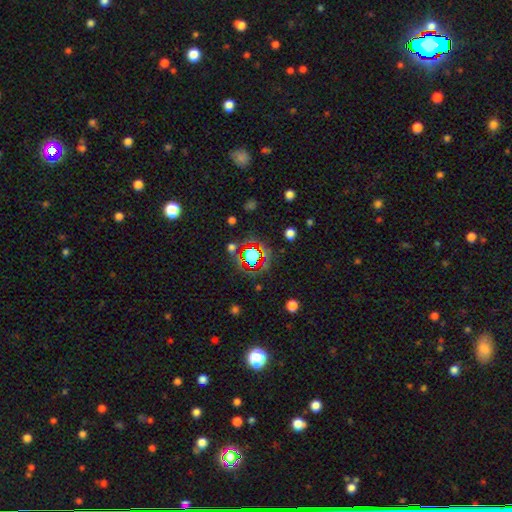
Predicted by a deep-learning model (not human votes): star or artifact 55%, smooth 30%, featured or disk 15%.